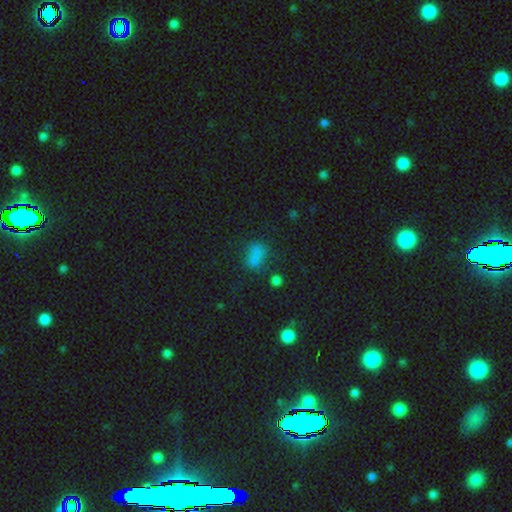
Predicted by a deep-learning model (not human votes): smooth-or-featured: smooth: 67% | star or artifact: 24% | featured or disk: 9%
  how-rounded: in between: 75% | round: 21% | cigar-shaped: 4%
  merging: none: 52% | minor disturbance: 23% | major disturbance: 15% | merger: 10%